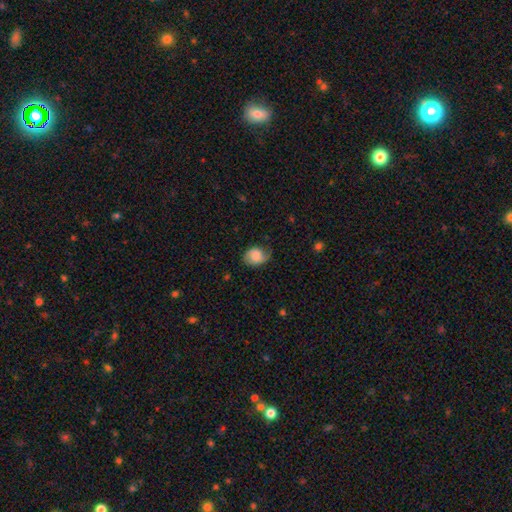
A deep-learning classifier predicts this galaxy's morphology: This appears to be a smooth galaxy with no disk features (62%) that is in between round and cigar-shaped (55%). Merging: none (57%).